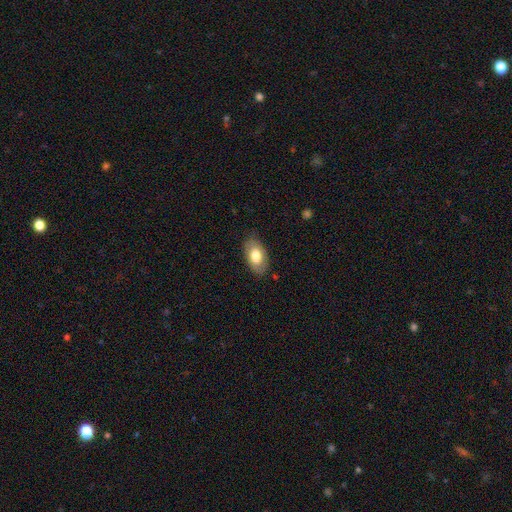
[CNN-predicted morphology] Smooth or featured? Predicted: smooth (p=0.73). How rounded? Predicted: in between (p=0.93). Merging? Predicted: none (p=0.82).